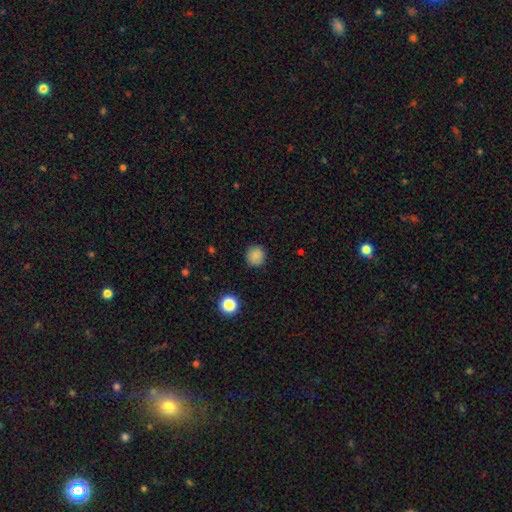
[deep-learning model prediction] The model was most divided on "smooth or featured": smooth: 84%, star or artifact: 11%, featured or disk: 5%. More confident: how rounded — round (93%); merging — none (89%).